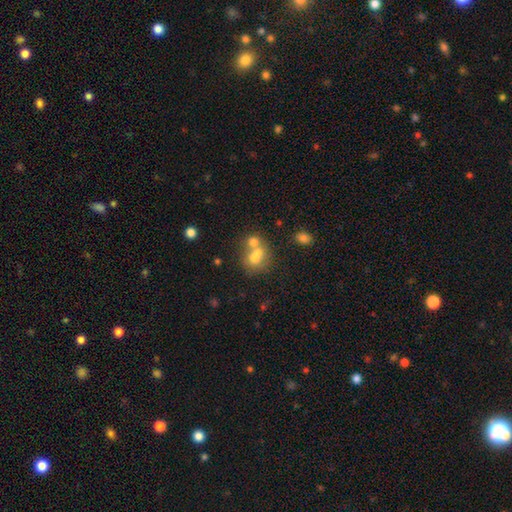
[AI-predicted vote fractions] The model was most divided on "how rounded": round: 64%, in between: 35%, cigar-shaped: 1%. More confident: smooth or featured — smooth (64%); merging — merger (58%).